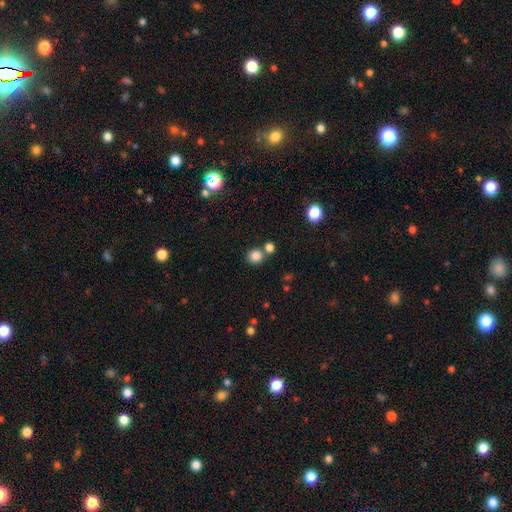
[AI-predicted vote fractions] Smooth or featured: smooth — 83% (star or artifact — 12%)
How rounded: round — 84% (in between — 15%)
Merging: none — 67% (merger — 22%)